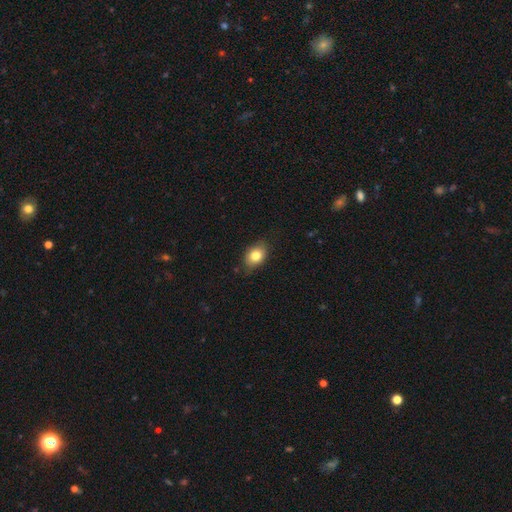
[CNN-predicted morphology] Overall: smooth (80%). How rounded: in between (73%). Merging: none (79%).